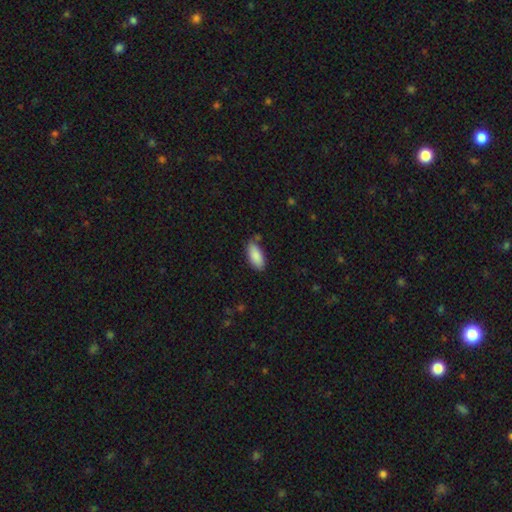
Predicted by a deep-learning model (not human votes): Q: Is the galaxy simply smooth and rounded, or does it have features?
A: smooth — 88%.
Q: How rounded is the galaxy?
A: in between — 88%.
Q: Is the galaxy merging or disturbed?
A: none — 76%.